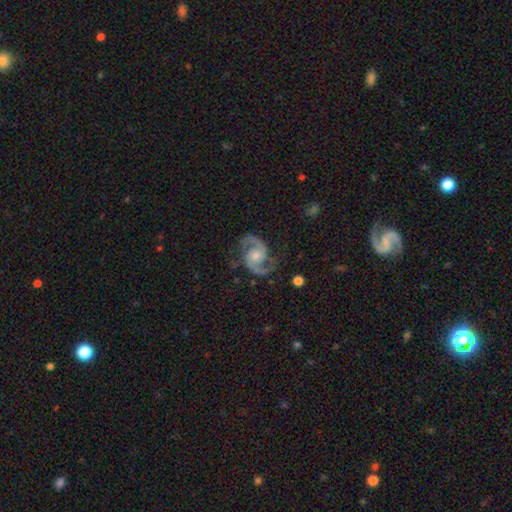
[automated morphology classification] featured or disk 93%, star or artifact 4%, smooth 3%. Down the decision tree: edge-on disk — no (98%); bar — no (63%); spiral arms — yes (98%); spiral arm count — 2 (94%); spiral winding — medium (64%); bulge size — moderate (52%); merging — none (80%).